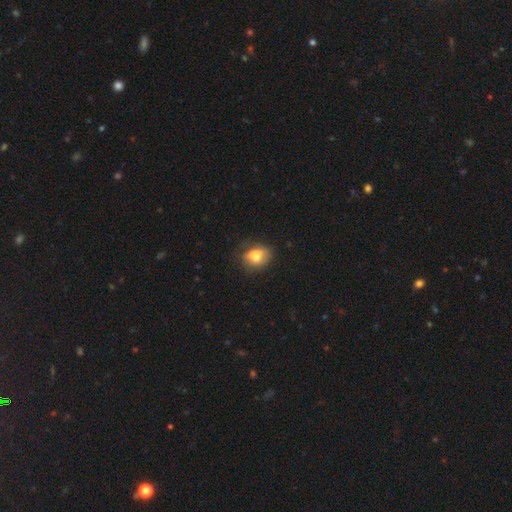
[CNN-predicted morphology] This is likely a smooth galaxy (69%). How rounded: likely in between (61%). Merging: possibly none (48%).